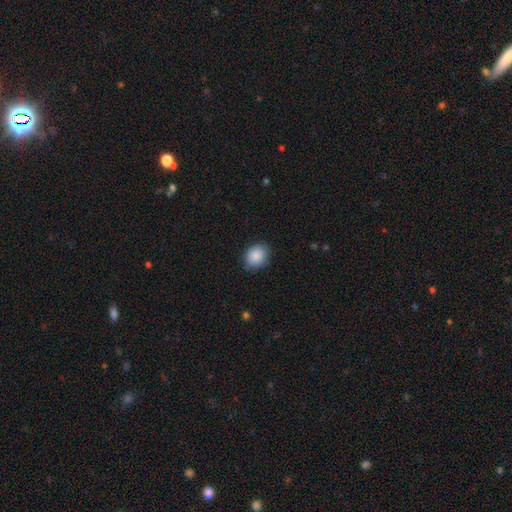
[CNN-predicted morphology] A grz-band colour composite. It shows a smooth galaxy with no disk features (88%) that is round (52%). Merging: none (79%).